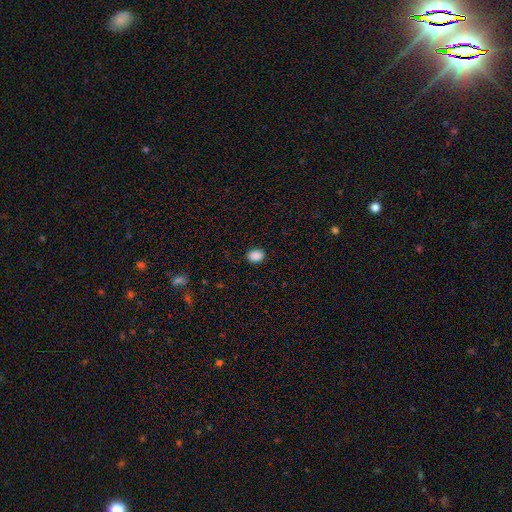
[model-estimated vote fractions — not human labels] smooth_or_featured: smooth (p=0.89) [alt: star or artifact p=0.09]
how_rounded: in between (p=0.66) [alt: round p=0.33]
merging: none (p=0.89) [alt: minor disturbance p=0.08]